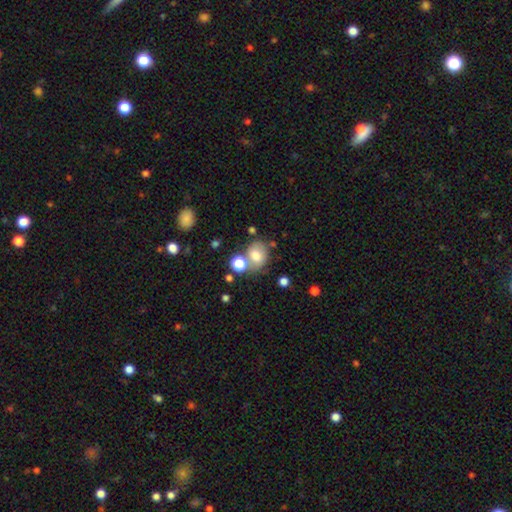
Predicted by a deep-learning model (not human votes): smooth 71%, featured or disk 16%, star or artifact 13%. Down the decision tree: how rounded — round (55%); merging — none (54%).